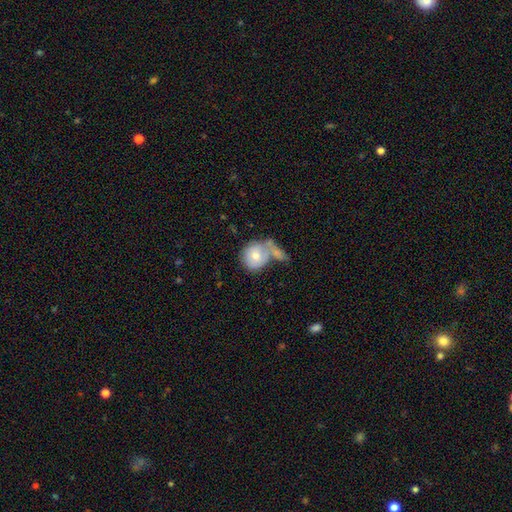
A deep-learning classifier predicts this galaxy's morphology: smooth-or-featured: smooth: 65% | featured or disk: 27% | star or artifact: 7%
  how-rounded: round: 80% | in between: 19% | cigar-shaped: 1%
  merging: merger: 45% | none: 31% | minor disturbance: 14% | major disturbance: 10%